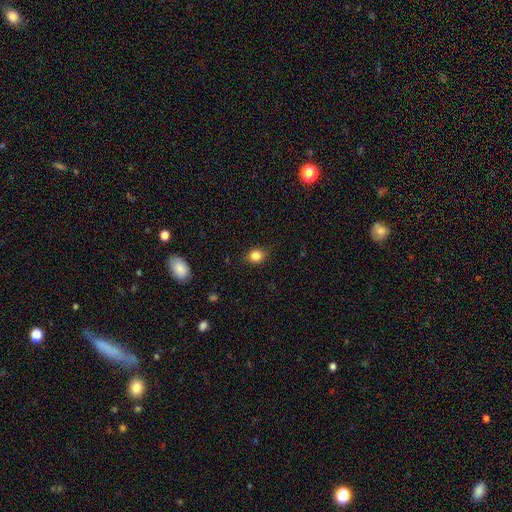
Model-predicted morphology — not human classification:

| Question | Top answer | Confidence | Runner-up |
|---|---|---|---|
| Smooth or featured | smooth | 83% | star or artifact (11%) |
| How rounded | round | 75% | in between (24%) |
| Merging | none | 85% | minor disturbance (11%) |